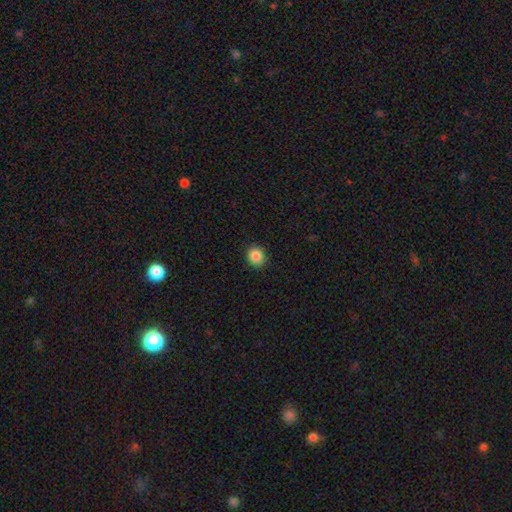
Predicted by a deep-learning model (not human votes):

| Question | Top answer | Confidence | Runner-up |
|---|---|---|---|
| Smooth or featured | smooth | 86% | star or artifact (10%) |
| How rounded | round | 79% | in between (20%) |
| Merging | none | 90% | minor disturbance (7%) |